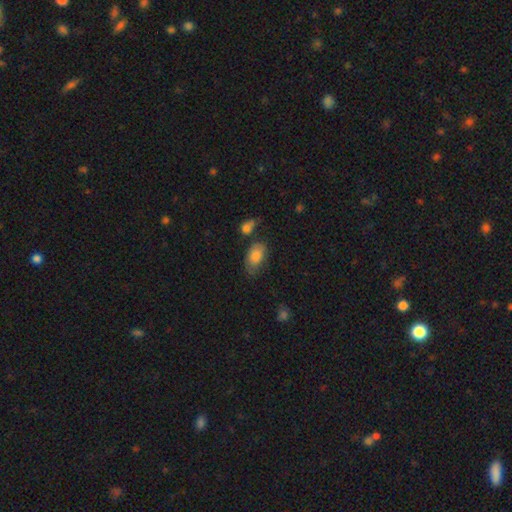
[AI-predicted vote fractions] smooth_or_featured: smooth (p=0.78) [alt: featured or disk p=0.15]
how_rounded: in between (p=0.91) [alt: round p=0.07]
merging: none (p=0.49) [alt: minor disturbance p=0.29]